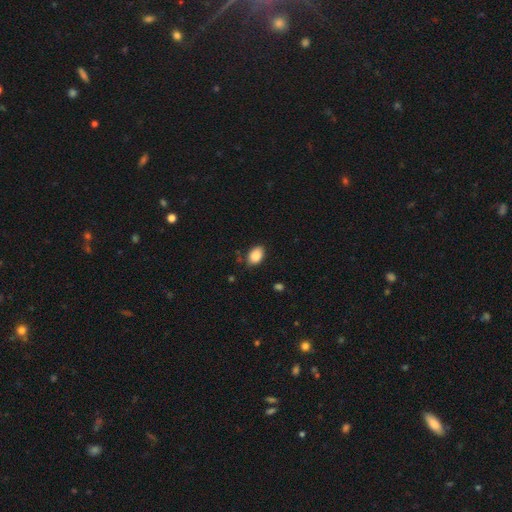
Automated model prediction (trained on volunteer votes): This is clearly a smooth galaxy (88%). How rounded: clearly in between (87%). Merging: clearly none (80%).